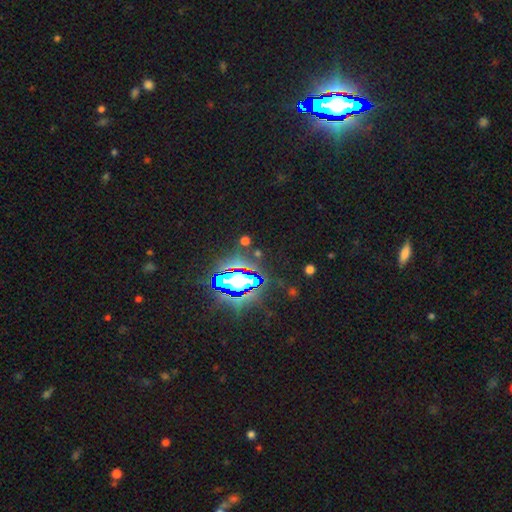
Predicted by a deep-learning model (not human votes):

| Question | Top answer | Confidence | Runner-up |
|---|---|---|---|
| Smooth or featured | star or artifact | 78% | smooth (13%) |